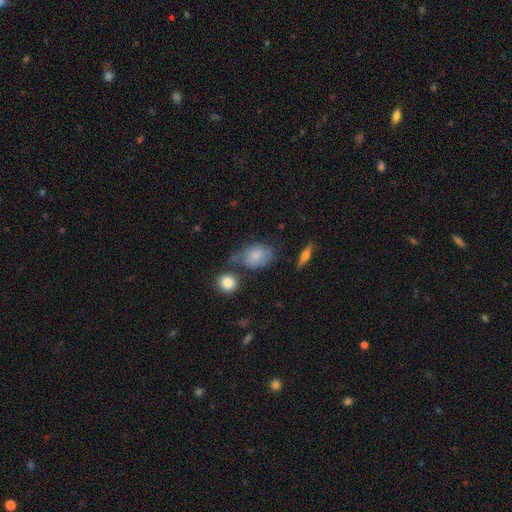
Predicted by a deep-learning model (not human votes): Morphology: type=smooth (75%); roundness=in between (69%); merging=none (48%).